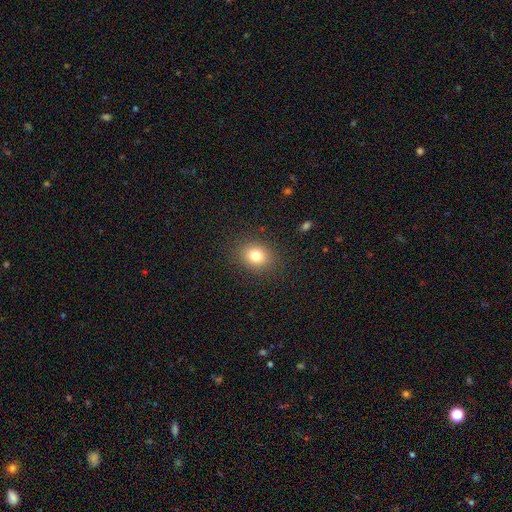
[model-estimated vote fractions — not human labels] This is likely a smooth galaxy (79%). How rounded: possibly round (56%). Merging: clearly none (88%).